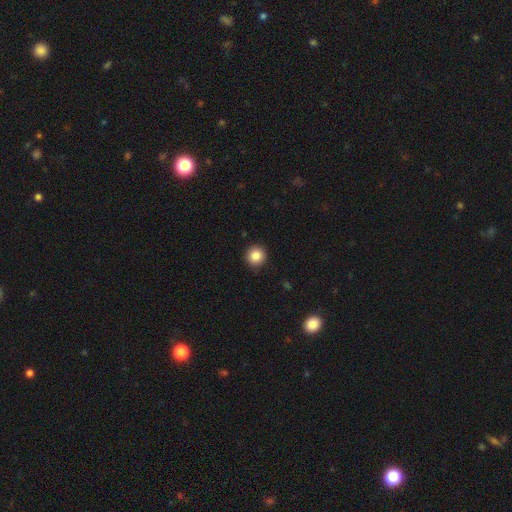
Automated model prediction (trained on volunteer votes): This is clearly a smooth galaxy (85%). How rounded: clearly round (95%). Merging: clearly none (92%).